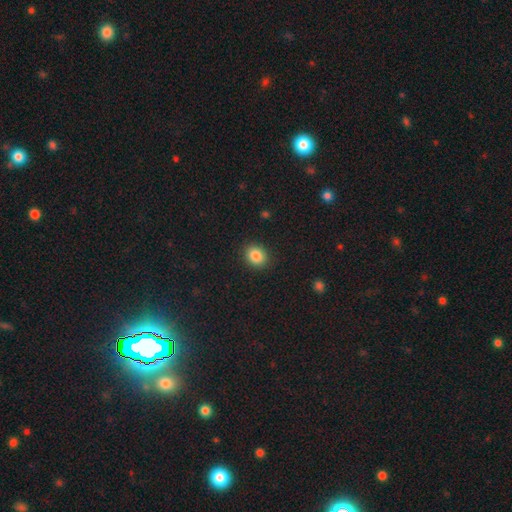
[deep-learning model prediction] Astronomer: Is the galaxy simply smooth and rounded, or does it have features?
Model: smooth — 86%.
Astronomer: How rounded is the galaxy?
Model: round — 59% (runner-up: in between, 40%).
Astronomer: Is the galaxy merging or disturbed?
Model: none — 90%.